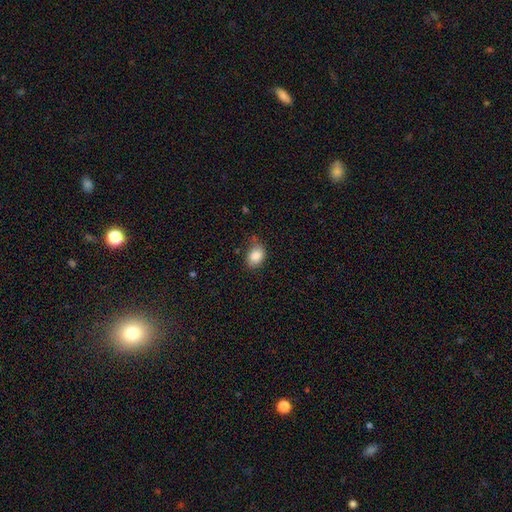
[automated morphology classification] type=smooth (86%); roundness=in between (70%); merging=none (66%).